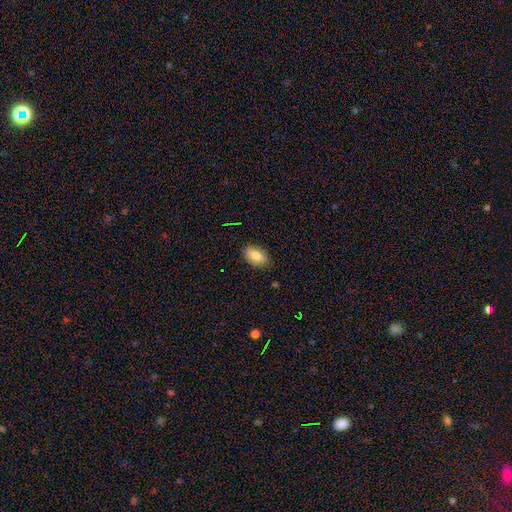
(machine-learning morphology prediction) The model was most divided on "merging": none: 84%, minor disturbance: 12%, major disturbance: 2%, merger: 1%. More confident: how rounded — in between (91%); smooth or featured — smooth (83%).